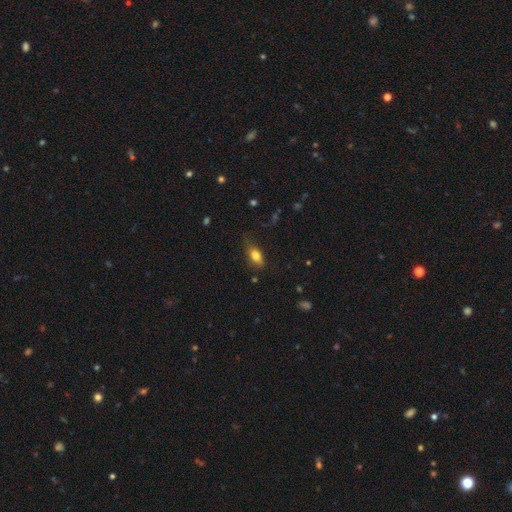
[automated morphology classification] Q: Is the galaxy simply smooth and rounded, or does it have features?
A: smooth — 79%.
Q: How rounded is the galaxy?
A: in between — 82%.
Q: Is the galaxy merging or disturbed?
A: none — 69%.